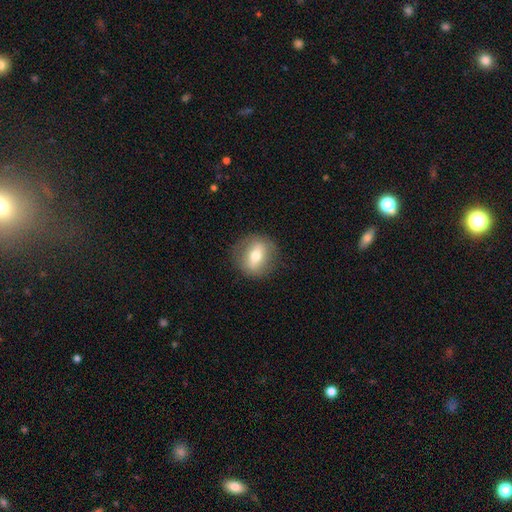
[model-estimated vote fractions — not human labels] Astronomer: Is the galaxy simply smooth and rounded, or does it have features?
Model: smooth — 54% (runner-up: featured or disk, 38%).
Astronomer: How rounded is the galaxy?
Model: round — 65%.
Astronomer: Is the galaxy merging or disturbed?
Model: none — 84%.